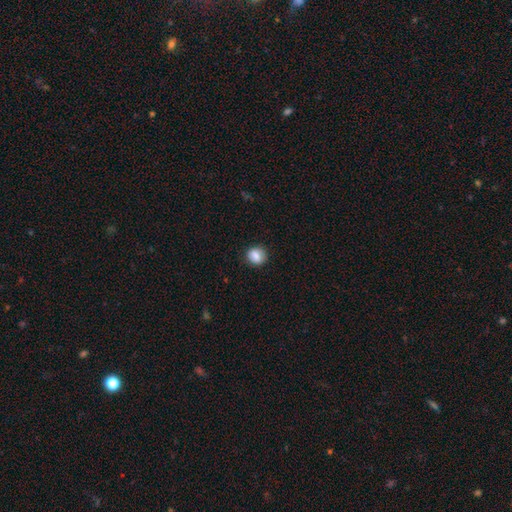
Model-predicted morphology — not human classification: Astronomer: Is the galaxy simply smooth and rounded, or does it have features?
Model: smooth — 85%.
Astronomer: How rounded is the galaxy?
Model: round — 76%.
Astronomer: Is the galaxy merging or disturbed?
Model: none — 85%.